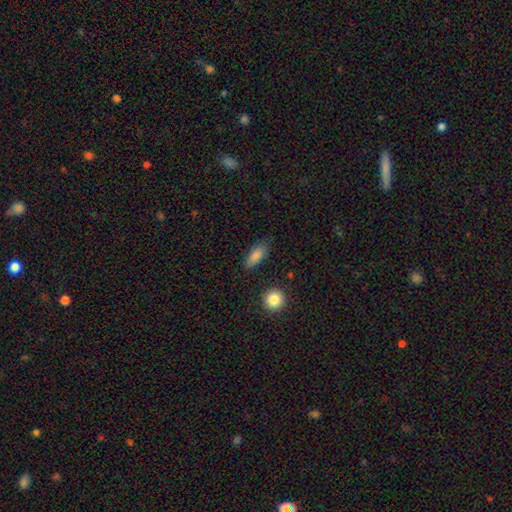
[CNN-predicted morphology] A smooth galaxy with no disk features (81%) that is in between round and cigar-shaped (78%). Merging: none (80%).